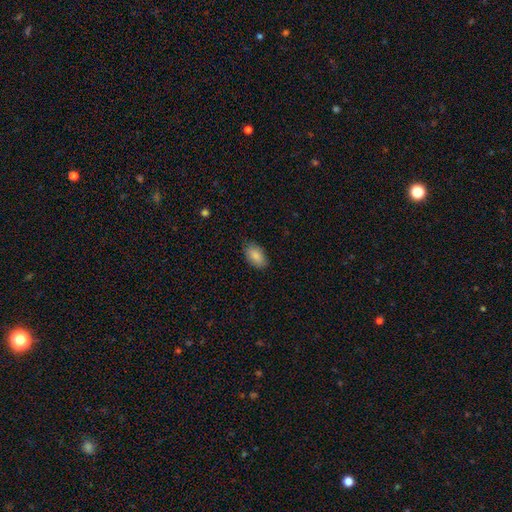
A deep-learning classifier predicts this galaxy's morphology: Smooth or featured? Predicted: smooth (p=0.88). How rounded? Predicted: in between (p=0.94). Merging? Predicted: none (p=0.83).